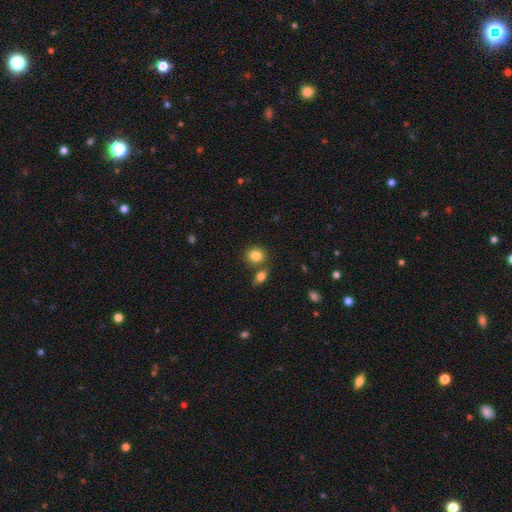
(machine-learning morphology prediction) Smooth or featured? Predicted: smooth (p=0.84). How rounded? Predicted: round (p=0.76). Merging? Predicted: none (p=0.66).